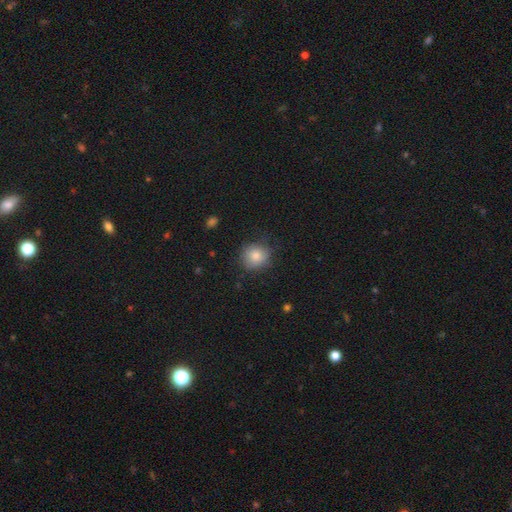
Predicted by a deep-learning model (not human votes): This is clearly a smooth galaxy (82%). How rounded: clearly round (88%). Merging: likely none (78%).